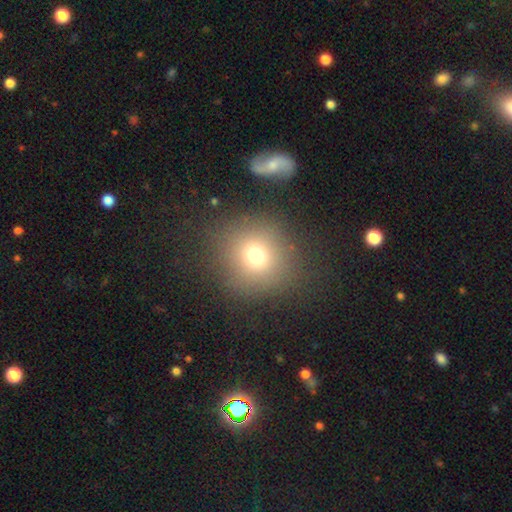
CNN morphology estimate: Smooth or featured?
  - smooth: 72% *
  - star or artifact: 16%
  - featured or disk: 12%
How rounded?
  - round: 89% *
  - in between: 10%
  - cigar-shaped: 1%
Merging?
  - none: 82% *
  - minor disturbance: 10%
  - major disturbance: 5%
  - merger: 4%